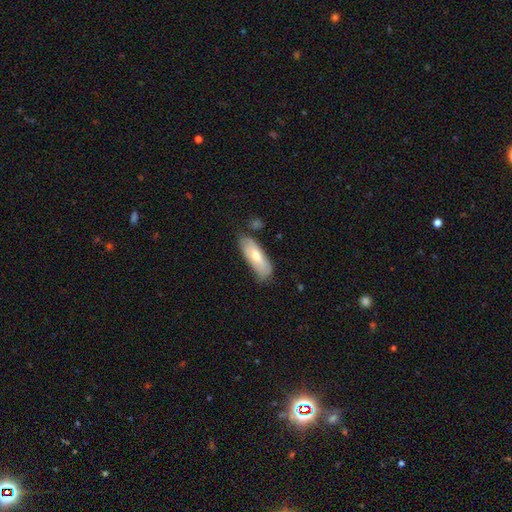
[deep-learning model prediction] smooth 65%, featured or disk 29%, star or artifact 6%. Down the decision tree: how rounded — in between (68%); merging — none (66%).